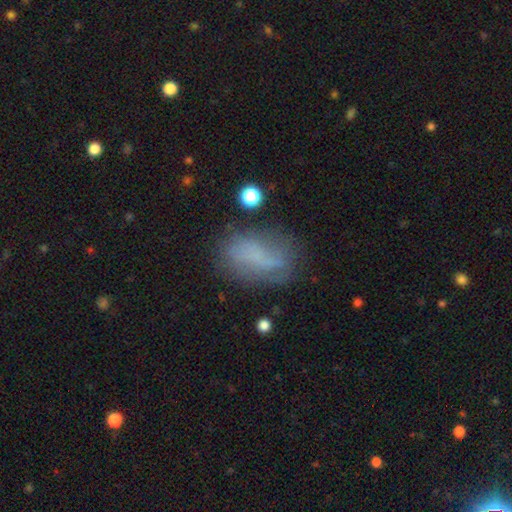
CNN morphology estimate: Overall: smooth (56%; featured or disk 31%). How rounded: in between (85%). Merging: none (55%; minor disturbance 26%).